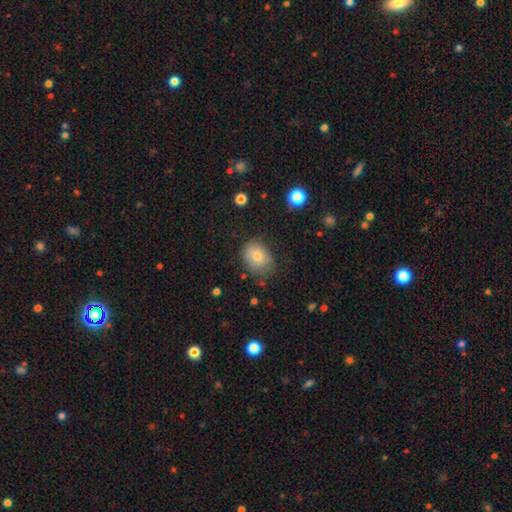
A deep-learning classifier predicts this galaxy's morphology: Smooth or featured? smooth (76%)
How rounded? in between (59%)
Merging? none (68%)